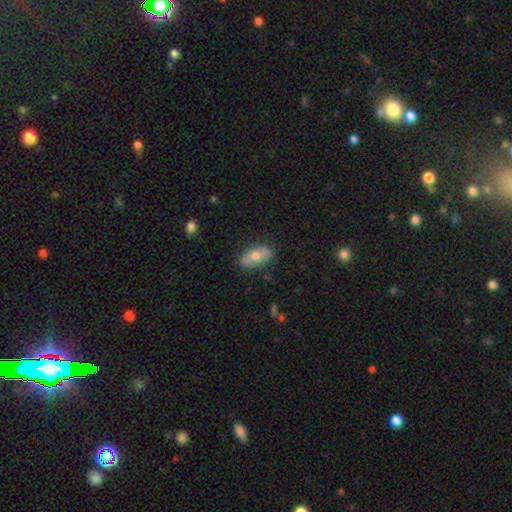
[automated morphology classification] This appears to be a smooth galaxy with no disk features (64%) that is in between round and cigar-shaped (86%). Merging: none (83%).